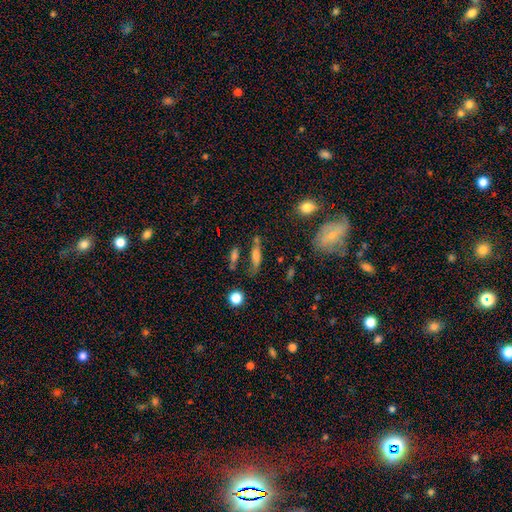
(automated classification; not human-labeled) Smooth or featured: smooth — 55% (featured or disk — 32%)
How rounded: cigar-shaped — 63% (in between — 31%)
Merging: none — 60% (minor disturbance — 19%)